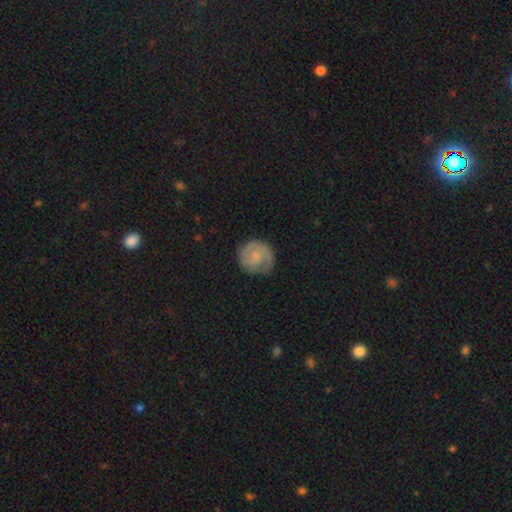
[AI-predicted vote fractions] smooth-or-featured: featured or disk: 59% | smooth: 35% | star or artifact: 6%
  disk-edge-on: no: 98% | yes: 2%
    bar: no: 67% | weak: 29% | strong: 4%
    has-spiral-arms: yes: 89% | no: 11%
      spiral-winding: tight: 56% | medium: 33% | loose: 11%
      spiral-arm-count: 2: 51% | 1: 21% | can't tell: 18% | 3: 7% | 4: 2% | more than 4: 2%
    bulge-size: small: 43% | none: 27% | moderate: 25% | large: 4% | dominant: 1%
  merging: none: 74% | minor disturbance: 18% | major disturbance: 7% | merger: 1%